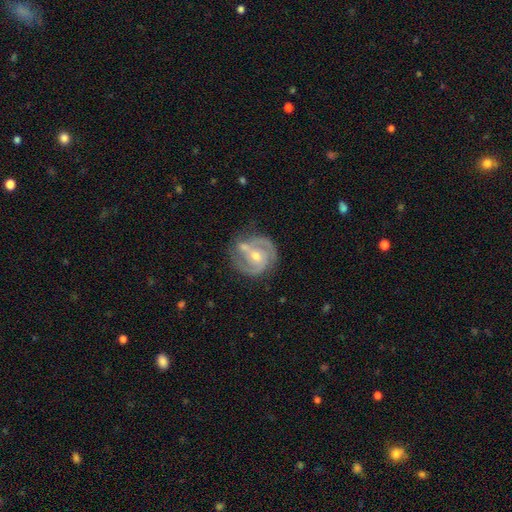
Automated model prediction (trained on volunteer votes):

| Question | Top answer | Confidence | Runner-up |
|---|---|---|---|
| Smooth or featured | featured or disk | 87% | smooth (7%) |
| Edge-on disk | no | 98% | yes (2%) |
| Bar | no | 43% | weak (39%) |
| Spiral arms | yes | 96% | no (4%) |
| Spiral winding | tight | 47% | medium (44%) |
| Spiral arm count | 2 | 69% | 3 (17%) |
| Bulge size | moderate | 52% | small (45%) |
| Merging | none | 67% | minor disturbance (17%) |